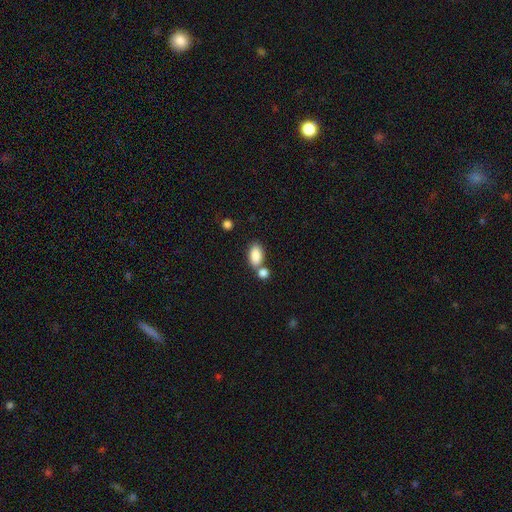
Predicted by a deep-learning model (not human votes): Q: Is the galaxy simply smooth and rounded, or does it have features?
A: smooth — 87%.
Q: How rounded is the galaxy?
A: in between — 91%.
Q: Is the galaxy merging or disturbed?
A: none — 51%.